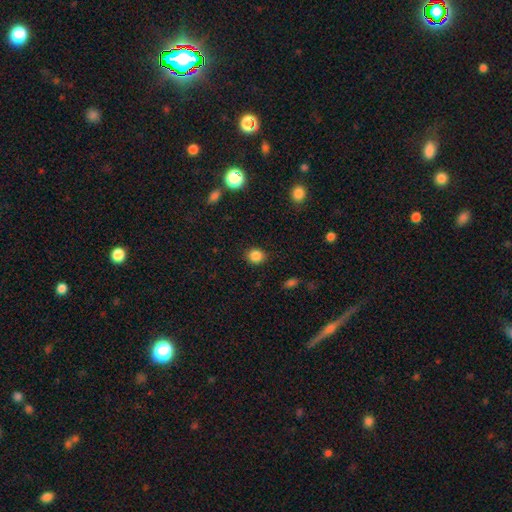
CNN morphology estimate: Q: Smooth or featured?
A: smooth (85%); runner-up: star or artifact (11%)
Q: How rounded?
A: round (77%); runner-up: in between (22%)
Q: Merging?
A: none (87%); runner-up: minor disturbance (9%)